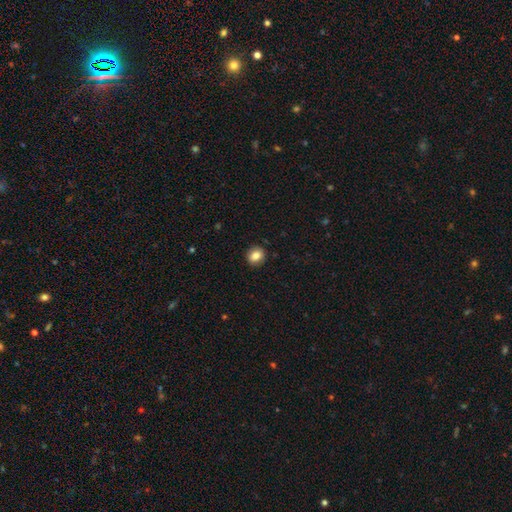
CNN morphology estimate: smooth_or_featured: smooth (p=0.84) [alt: star or artifact p=0.09]
how_rounded: round (p=0.69) [alt: in between p=0.30]
merging: none (p=0.90) [alt: minor disturbance p=0.07]